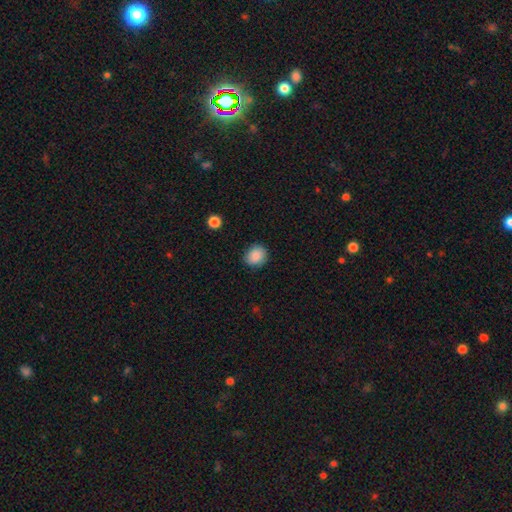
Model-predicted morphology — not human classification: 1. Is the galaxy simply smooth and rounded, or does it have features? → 88% smooth, 8% star or artifact, 4% featured or disk.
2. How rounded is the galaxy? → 69% round, 30% in between, 1% cigar-shaped.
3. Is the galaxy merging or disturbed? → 85% none, 12% minor disturbance, 3% major disturbance, 1% merger.